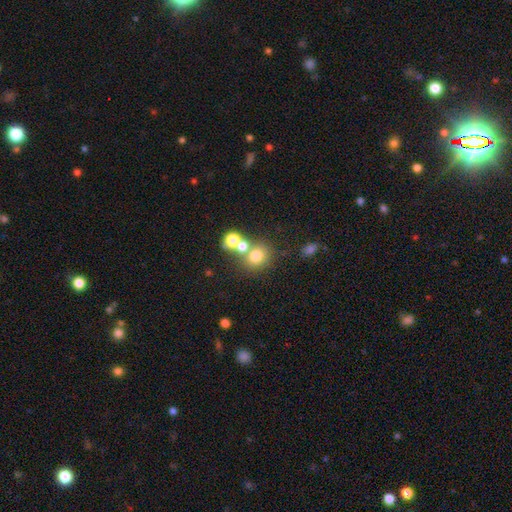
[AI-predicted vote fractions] Q: Smooth or featured?
A: smooth (71%); runner-up: star or artifact (16%)
Q: How rounded?
A: round (81%); runner-up: in between (18%)
Q: Merging?
A: none (52%); runner-up: merger (34%)